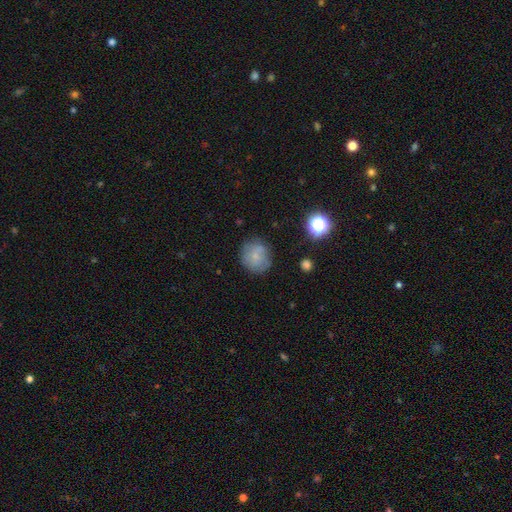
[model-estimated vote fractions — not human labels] Morphology: type=smooth (64%); roundness=round (84%); merging=none (67%).